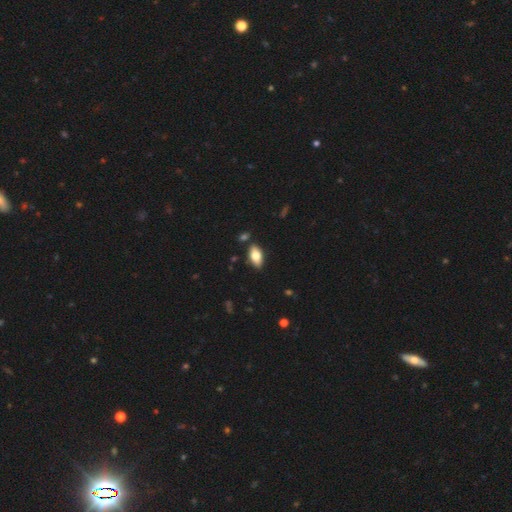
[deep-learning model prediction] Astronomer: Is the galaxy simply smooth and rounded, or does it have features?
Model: smooth — 74%.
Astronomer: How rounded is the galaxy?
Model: in between — 89%.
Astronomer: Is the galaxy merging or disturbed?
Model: none — 84%.